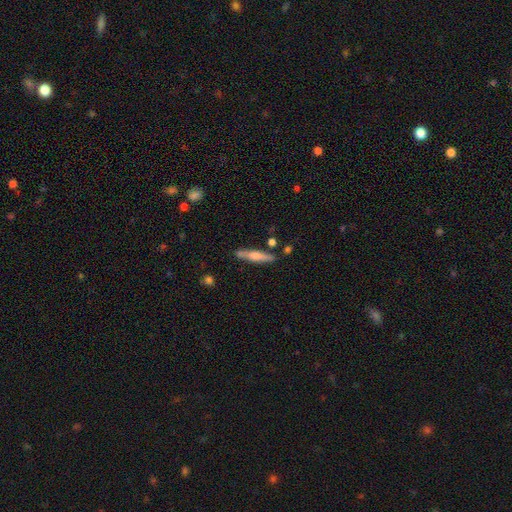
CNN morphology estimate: Smooth or featured?
  - smooth: 54% *
  - featured or disk: 40%
  - star or artifact: 6%
How rounded?
  - cigar-shaped: 87% *
  - in between: 11%
  - round: 2%
Merging?
  - none: 82% *
  - minor disturbance: 11%
  - merger: 4%
  - major disturbance: 2%